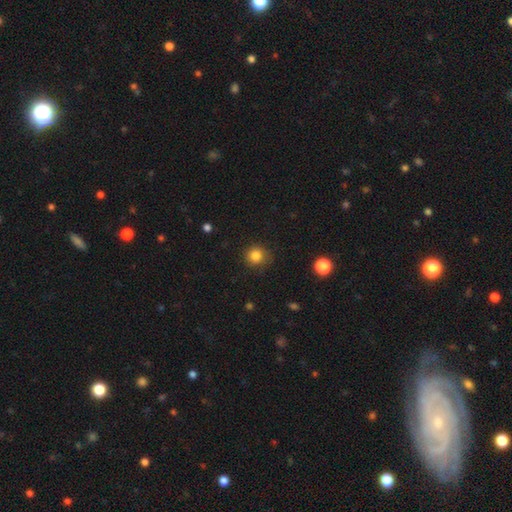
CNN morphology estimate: Overall: smooth (84%). How rounded: round (90%). Merging: none (83%).